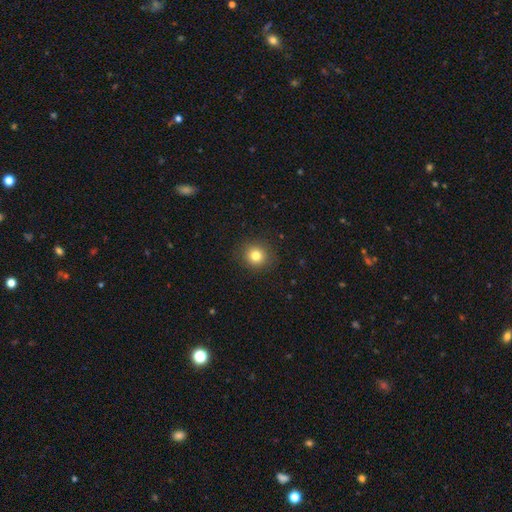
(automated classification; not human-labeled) This is clearly a smooth galaxy (80%). How rounded: clearly round (89%). Merging: clearly none (90%).